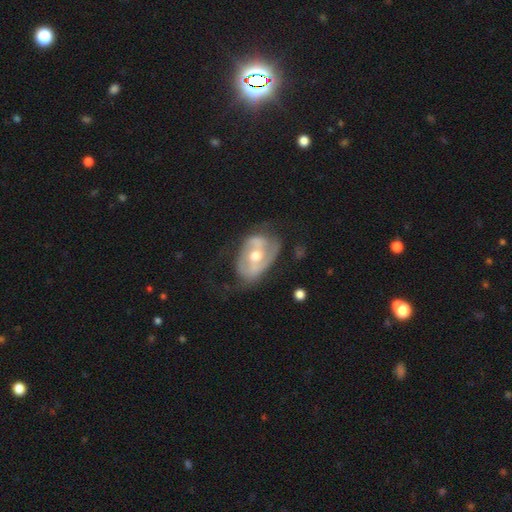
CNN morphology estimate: Smooth or featured? Predicted: featured or disk (p=0.73). Edge-on disk? Predicted: no (p=0.95). Bar? Predicted: no (p=0.47). Spiral arms? Predicted: yes (p=0.68). Bulge size? Predicted: moderate (p=0.76). Merging? Predicted: none (p=0.50).